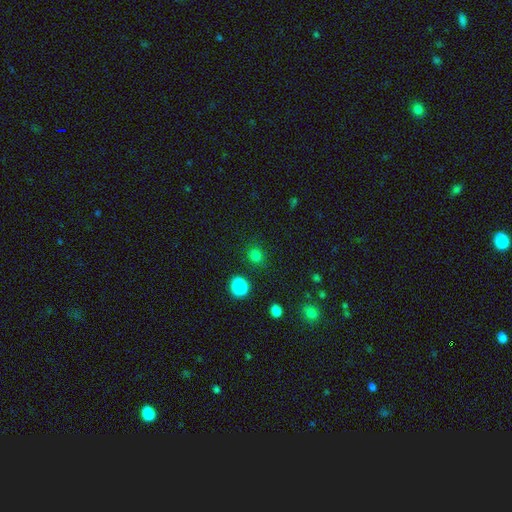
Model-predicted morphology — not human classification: smooth 76%, star or artifact 19%, featured or disk 4%. Down the decision tree: how rounded — round (87%); merging — none (85%).